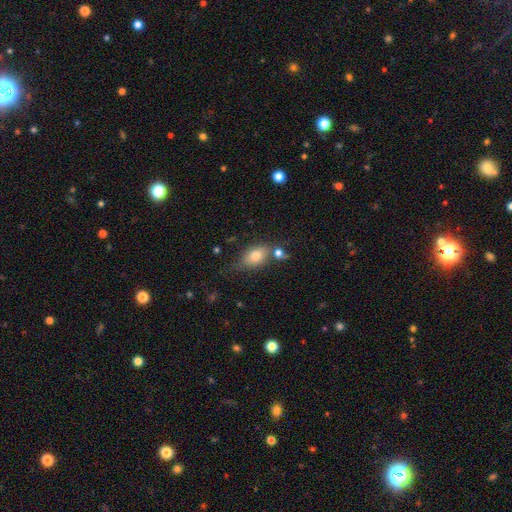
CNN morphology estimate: A smooth galaxy with no disk features (75%) that is in between round and cigar-shaped (81%).

Vote fractions:
- Smooth or featured? smooth: 75% / featured or disk: 16% / star or artifact: 9%
- How rounded? in between: 81% / round: 16% / cigar-shaped: 3%
- Merging? none: 53% / minor disturbance: 21% / merger: 19% / major disturbance: 8%